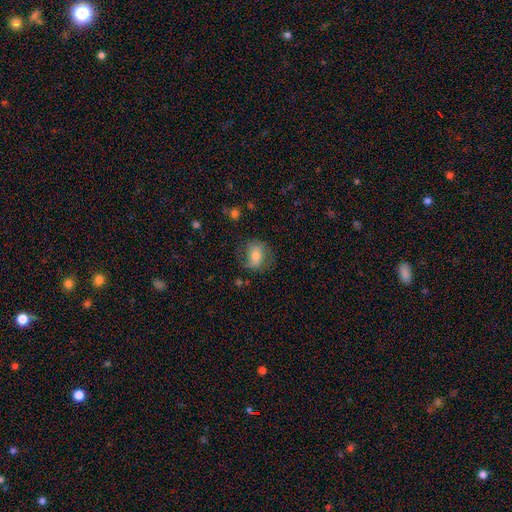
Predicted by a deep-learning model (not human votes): A smooth galaxy with no disk features (60%) that is in between round and cigar-shaped (49%, tied with round). Merging: none (64%).